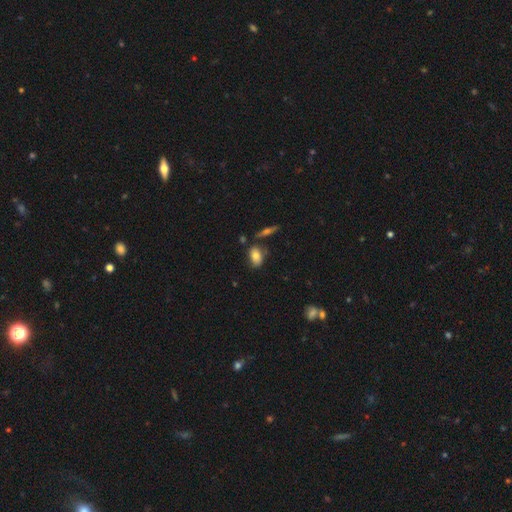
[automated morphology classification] Smooth or featured?
  - smooth: 76% *
  - featured or disk: 16%
  - star or artifact: 8%
How rounded?
  - in between: 87% *
  - round: 9%
  - cigar-shaped: 4%
Merging?
  - none: 70% *
  - minor disturbance: 16%
  - merger: 10%
  - major disturbance: 4%